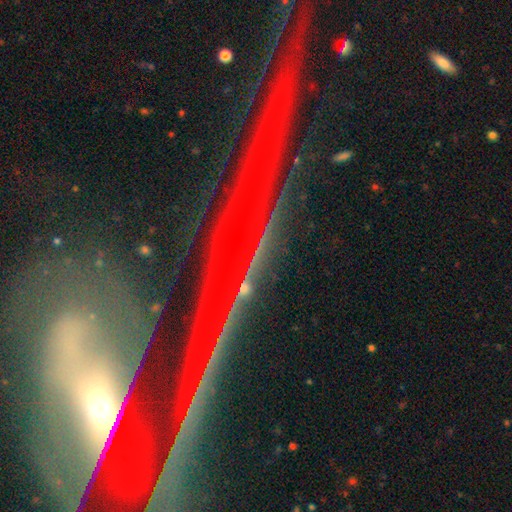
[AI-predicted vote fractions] Overall: star or artifact (62%; featured or disk 29%).